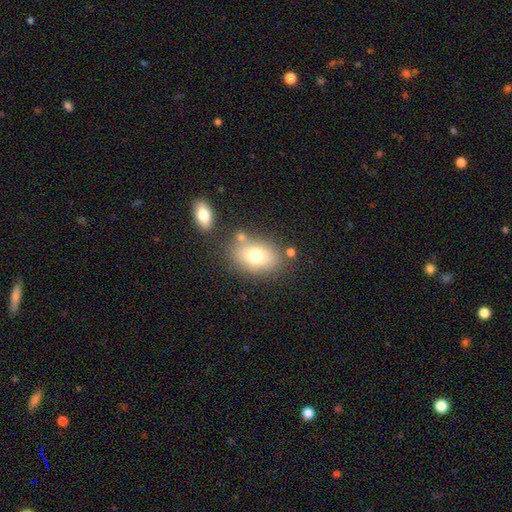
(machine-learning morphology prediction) type=smooth (73%); roundness=in between (75%); merging=none (70%).